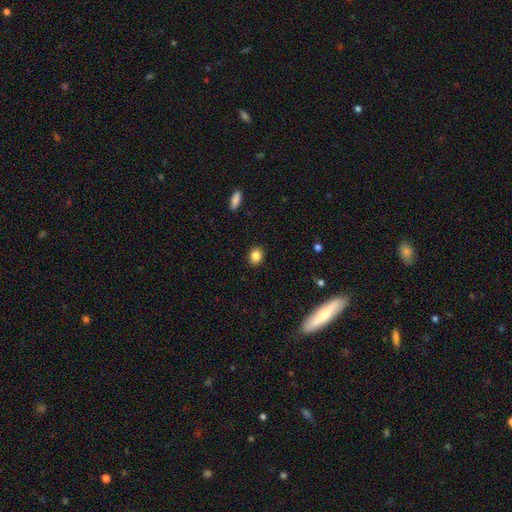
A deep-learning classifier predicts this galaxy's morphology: The model was most divided on "how rounded": round: 57%, in between: 42%, cigar-shaped: 1%. More confident: merging — none (90%); smooth or featured — smooth (85%).